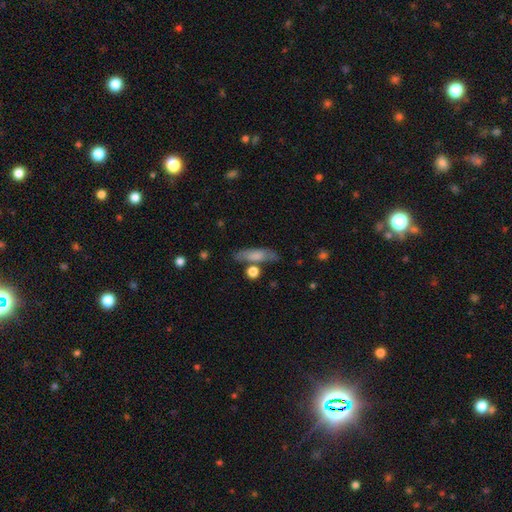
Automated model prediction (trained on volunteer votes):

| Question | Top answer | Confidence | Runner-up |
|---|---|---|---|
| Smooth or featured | smooth | 68% | featured or disk (24%) |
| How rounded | cigar-shaped | 49% | in between (46%) |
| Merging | none | 63% | minor disturbance (18%) |